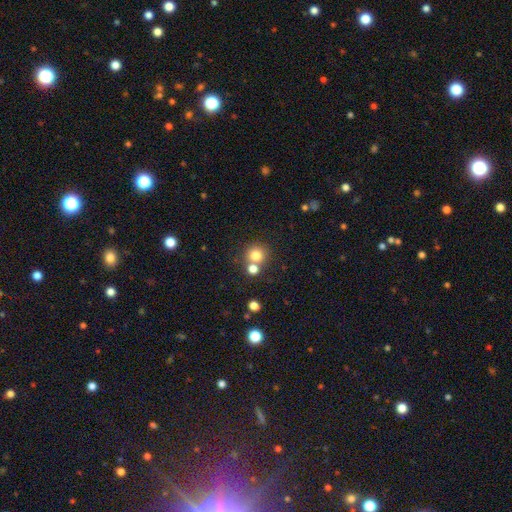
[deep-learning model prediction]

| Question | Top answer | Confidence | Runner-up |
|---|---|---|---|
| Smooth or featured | smooth | 78% | star or artifact (13%) |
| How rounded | round | 91% | in between (8%) |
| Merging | none | 61% | merger (29%) |